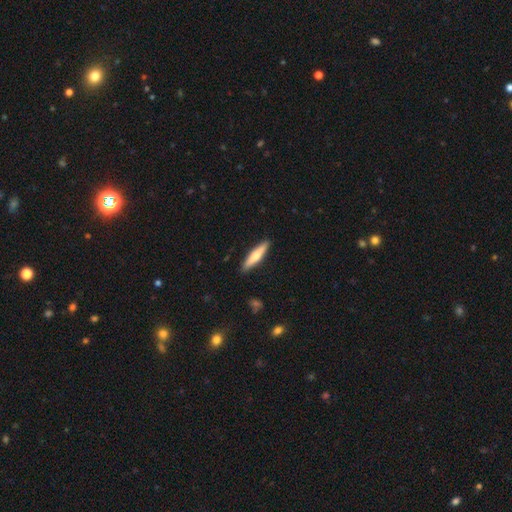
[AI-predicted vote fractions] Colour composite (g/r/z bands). It shows a smooth galaxy with no disk features (61%) that is cigar-shaped (84%). Merging: none (90%).